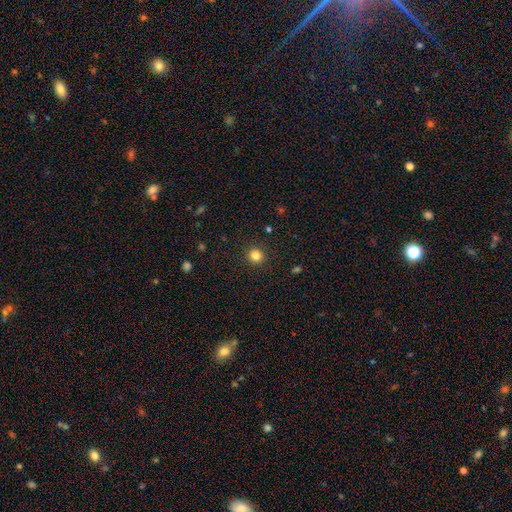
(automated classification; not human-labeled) The model was most divided on "smooth or featured": smooth: 83%, star or artifact: 12%, featured or disk: 5%. More confident: merging — none (91%); how rounded — round (90%).